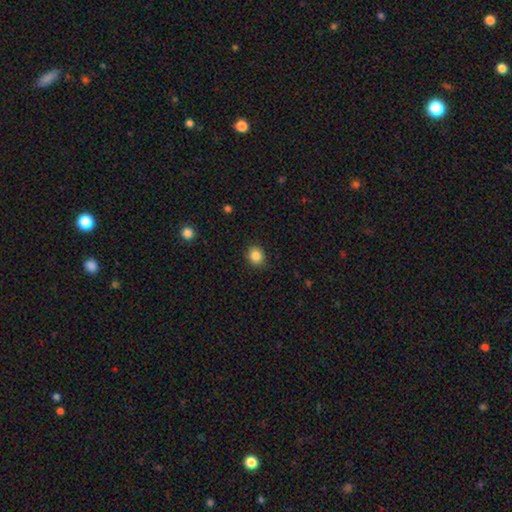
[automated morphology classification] This appears to be a smooth galaxy with no disk features (86%) that is round (74%). Merging: none (88%).